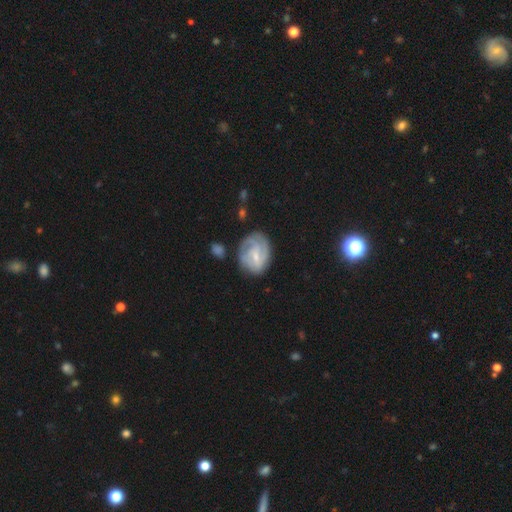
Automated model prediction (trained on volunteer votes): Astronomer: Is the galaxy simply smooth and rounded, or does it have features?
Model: featured or disk — 68%.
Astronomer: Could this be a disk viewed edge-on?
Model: no — 97%.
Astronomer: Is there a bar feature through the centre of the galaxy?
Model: weak — 54% (runner-up: no, 32%).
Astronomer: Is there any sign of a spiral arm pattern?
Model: yes — 86%.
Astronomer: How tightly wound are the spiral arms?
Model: tight — 51% (runner-up: medium, 35%).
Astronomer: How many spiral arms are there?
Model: can't tell — 36% (runner-up: 2, 26%).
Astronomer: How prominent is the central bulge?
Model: small — 59%.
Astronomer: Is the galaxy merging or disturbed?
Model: none — 62%.